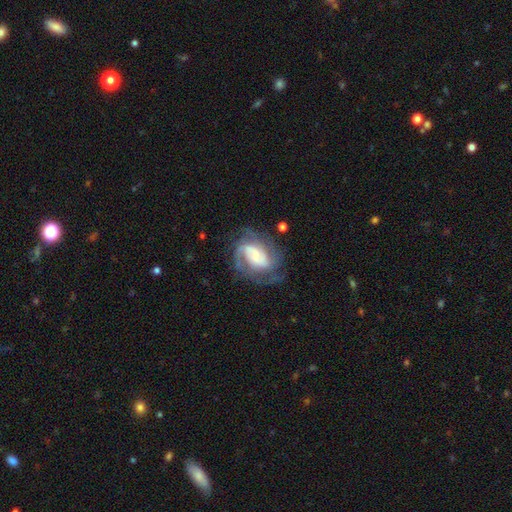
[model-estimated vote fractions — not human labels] This is clearly a featured or disk galaxy (82%). It is clearly not viewed edge-on (98%). Bar: marginally weak (43%). Spiral arm pattern: clearly yes (95%). Spiral arm count: marginally 2 (44%). Spiral winding: marginally medium (44%). Central bulge: possibly small (46%). Merging: likely none (63%).